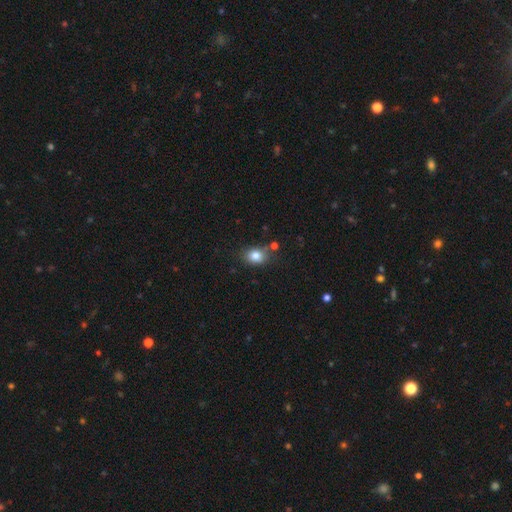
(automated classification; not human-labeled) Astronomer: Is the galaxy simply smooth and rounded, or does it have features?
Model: smooth — 82%.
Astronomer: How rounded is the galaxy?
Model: in between — 59% (runner-up: round, 40%).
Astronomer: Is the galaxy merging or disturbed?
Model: none — 71%.